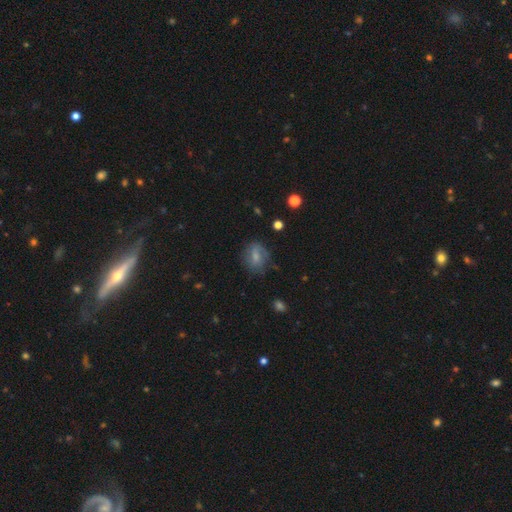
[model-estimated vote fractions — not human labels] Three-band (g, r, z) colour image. It shows a smooth galaxy with no disk features (49%). Merging: none (73%).